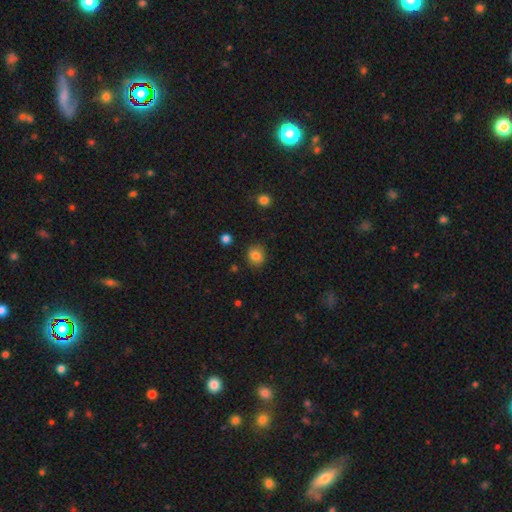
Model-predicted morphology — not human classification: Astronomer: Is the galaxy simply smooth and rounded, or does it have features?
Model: smooth — 84%.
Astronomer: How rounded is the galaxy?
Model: round — 81%.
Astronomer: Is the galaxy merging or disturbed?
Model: none — 88%.